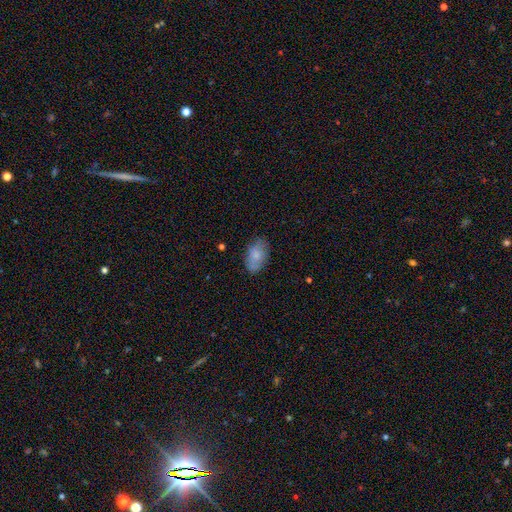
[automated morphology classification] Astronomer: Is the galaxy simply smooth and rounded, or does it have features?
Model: smooth — 78%.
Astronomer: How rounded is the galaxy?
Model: in between — 92%.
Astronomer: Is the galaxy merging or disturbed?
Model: none — 77%.